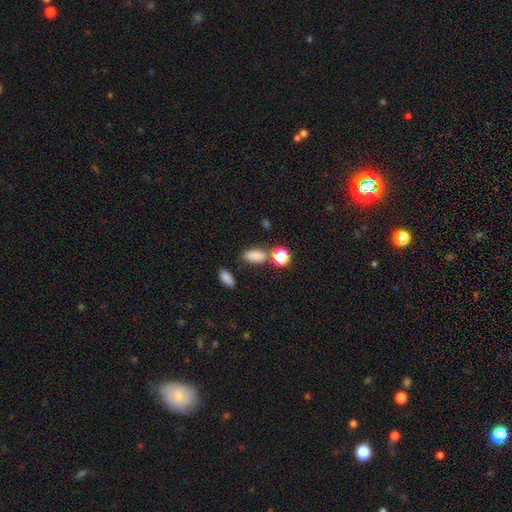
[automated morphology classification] Smooth or featured?
  - smooth: 80% *
  - star or artifact: 13%
  - featured or disk: 7%
How rounded?
  - in between: 85% *
  - round: 11%
  - cigar-shaped: 3%
Merging?
  - none: 69% *
  - minor disturbance: 14%
  - merger: 12%
  - major disturbance: 5%